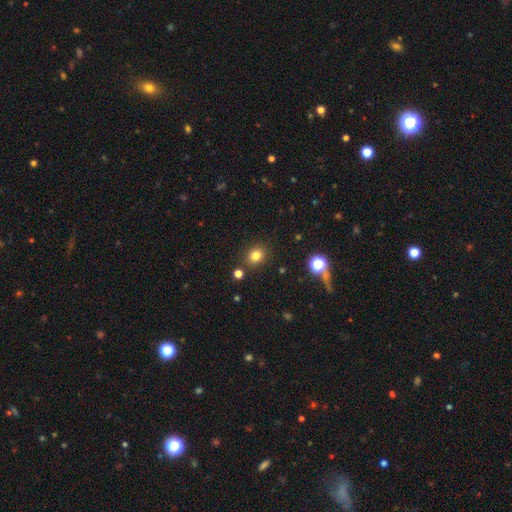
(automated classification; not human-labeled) A smooth galaxy with no disk features (80%) that is round (73%). Merging: none (85%).